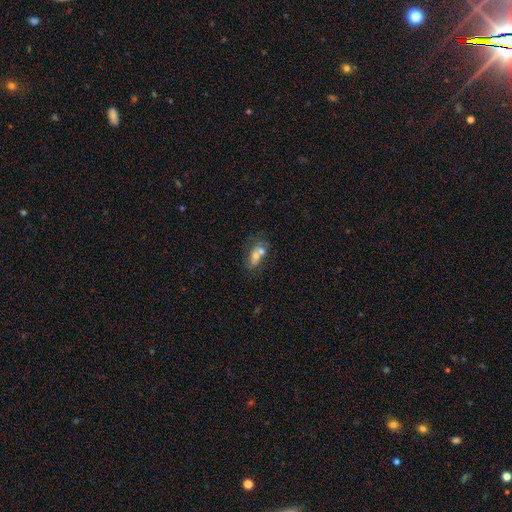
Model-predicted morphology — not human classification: Smooth or featured? smooth (49%)
Merging? merger (38%, tied with none)